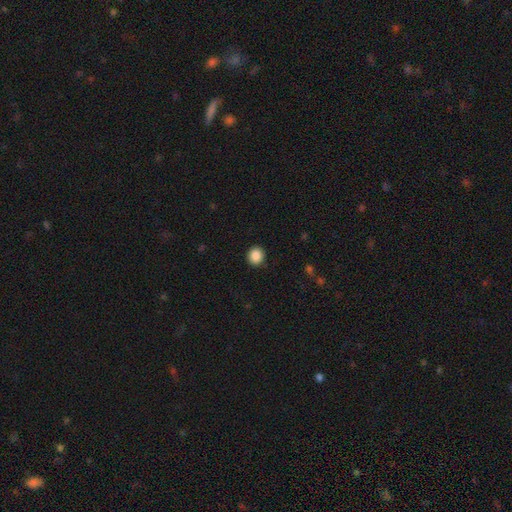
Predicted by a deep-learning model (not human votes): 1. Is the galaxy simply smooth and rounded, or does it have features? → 88% smooth, 9% star or artifact, 3% featured or disk.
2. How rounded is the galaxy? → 87% round, 12% in between, 1% cigar-shaped.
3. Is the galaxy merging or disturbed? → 92% none, 5% minor disturbance, 2% major disturbance, 1% merger.